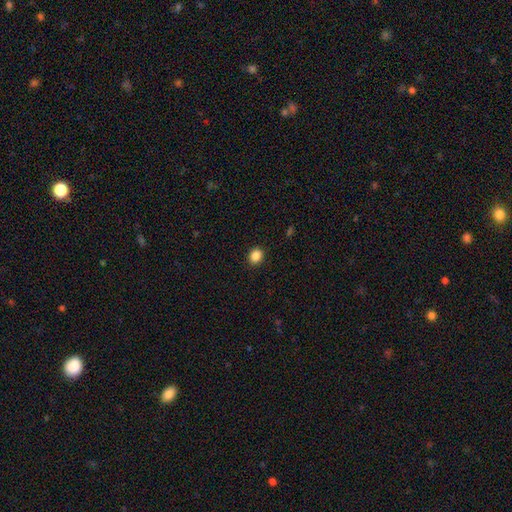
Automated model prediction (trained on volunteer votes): This appears to be a smooth galaxy with no disk features (87%) that is round (62%). Merging: none (91%).